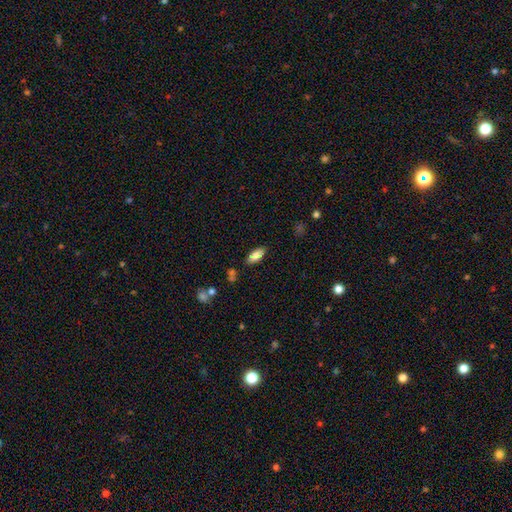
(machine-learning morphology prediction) This is clearly a smooth galaxy (85%). How rounded: clearly in between (81%). Merging: clearly none (82%).